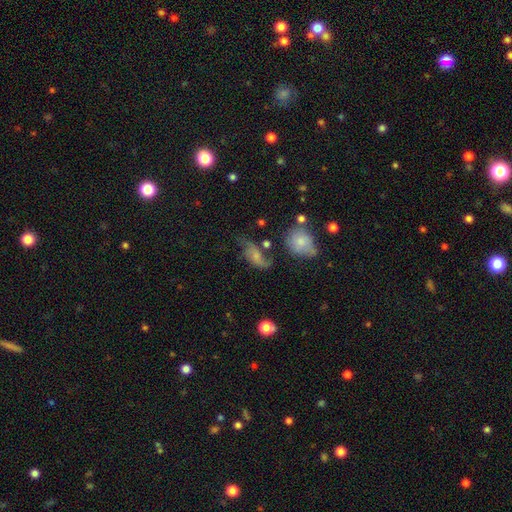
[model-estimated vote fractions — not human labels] A featured or disk galaxy (51%). Merging: none (40%).